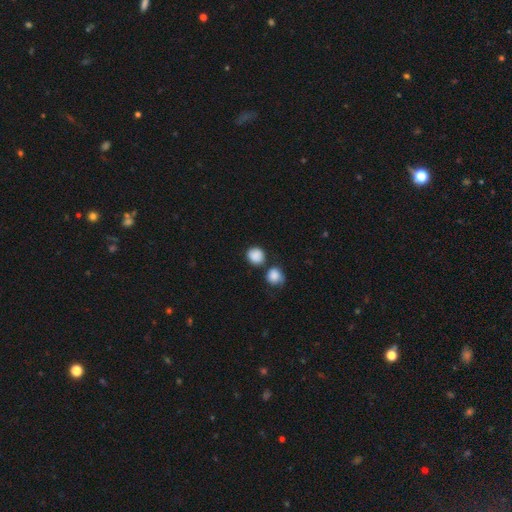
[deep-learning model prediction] Morphology: type=smooth (87%); roundness=round (81%); merging=none (67%).